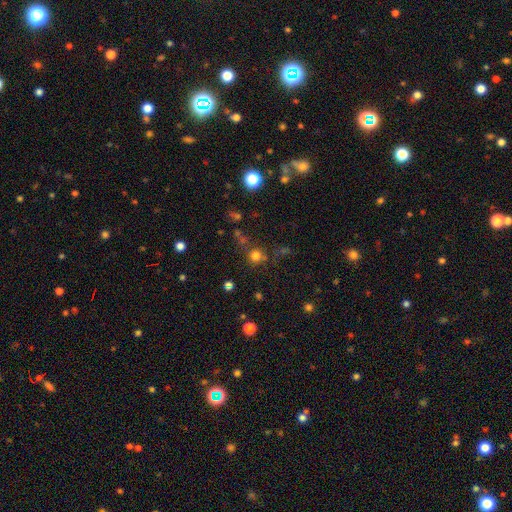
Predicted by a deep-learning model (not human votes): A smooth galaxy with no disk features (72%) that is round (92%).

Vote fractions:
- Smooth or featured? smooth: 72% / star or artifact: 22% / featured or disk: 6%
- How rounded? round: 92% / in between: 7% / cigar-shaped: 1%
- Merging? none: 74% / merger: 10% / minor disturbance: 10% / major disturbance: 5%